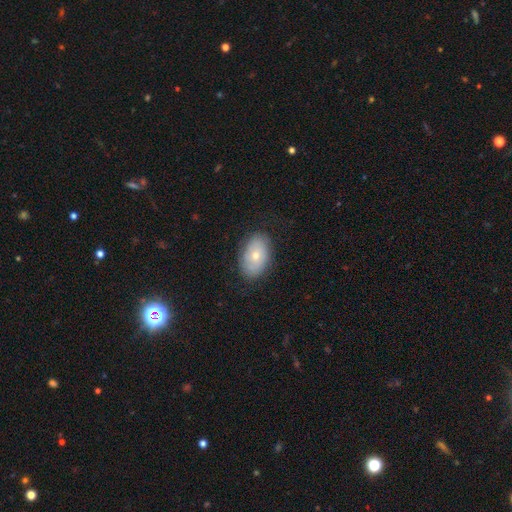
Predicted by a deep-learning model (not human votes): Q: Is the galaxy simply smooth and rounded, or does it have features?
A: smooth — 68%.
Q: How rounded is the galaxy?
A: in between — 88%.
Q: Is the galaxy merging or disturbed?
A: none — 84%.